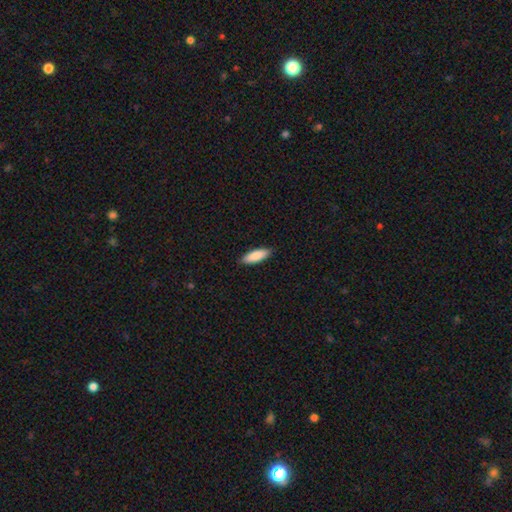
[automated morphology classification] The model was most divided on "how rounded": in between: 57%, cigar-shaped: 42%, round: 2%. More confident: merging — none (89%); smooth or featured — smooth (88%).